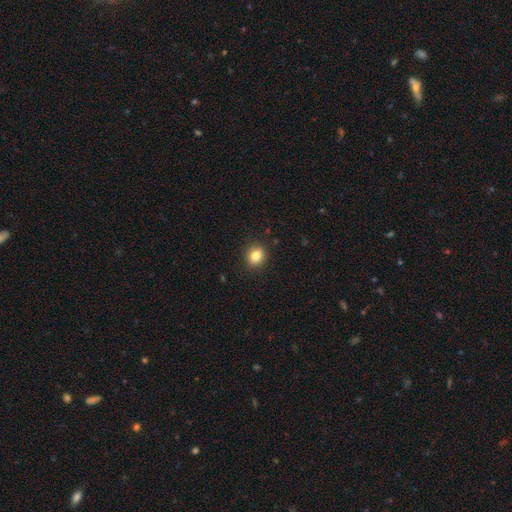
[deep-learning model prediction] Smooth or featured: smooth — 83% (star or artifact — 11%)
How rounded: round — 70% (in between — 29%)
Merging: none — 90% (minor disturbance — 7%)